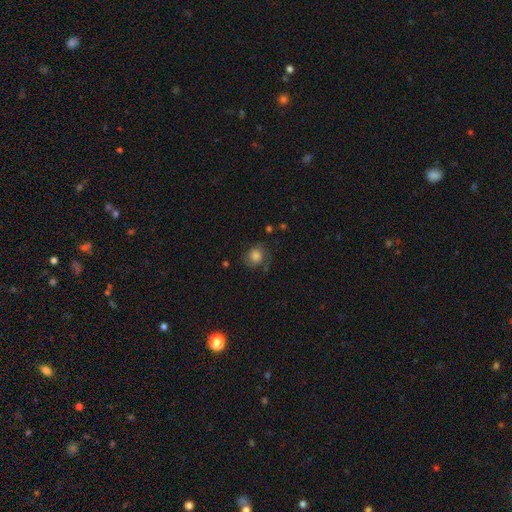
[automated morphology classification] type=smooth (59%); roundness=round (74%); merging=none (62%).